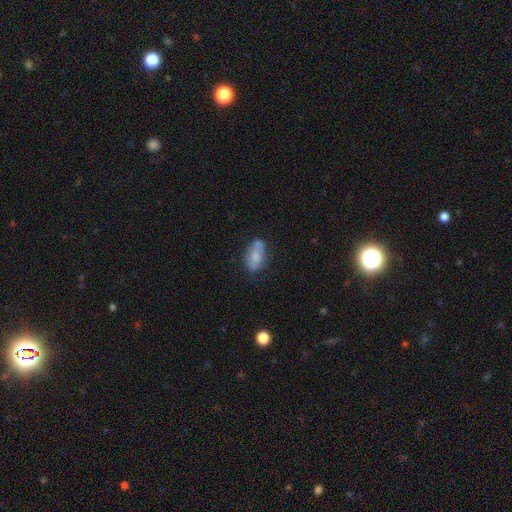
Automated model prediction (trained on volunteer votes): Q: Smooth or featured?
A: smooth (70%); runner-up: featured or disk (22%)
Q: How rounded?
A: in between (91%); runner-up: round (5%)
Q: Merging?
A: none (60%); runner-up: minor disturbance (25%)